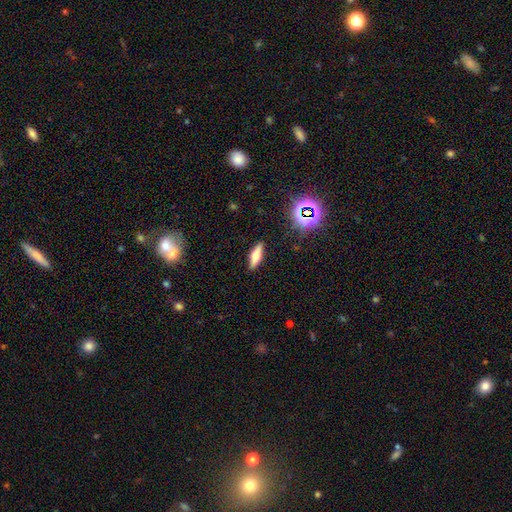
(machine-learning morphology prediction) Smooth or featured: smooth — 45% (featured or disk — 44%)
Merging: none — 88% (minor disturbance — 8%)